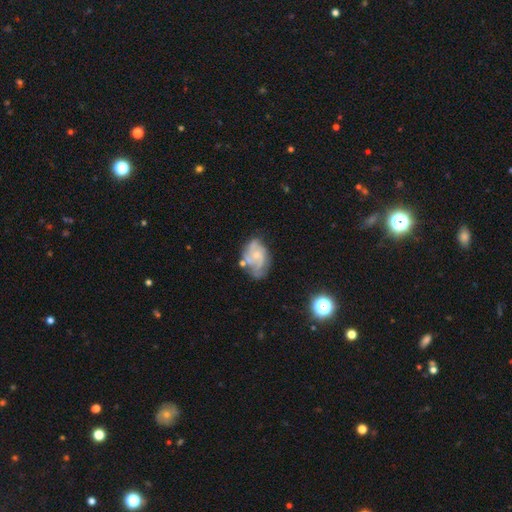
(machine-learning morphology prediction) Smooth or featured? featured or disk (74%)
Edge-on disk? no (98%)
Bar? no (69%)
Spiral arms? yes (87%)
Spiral winding? medium (46%)
Spiral arm count? 3 (31%)
Bulge size? small (62%)
Merging? none (51%)